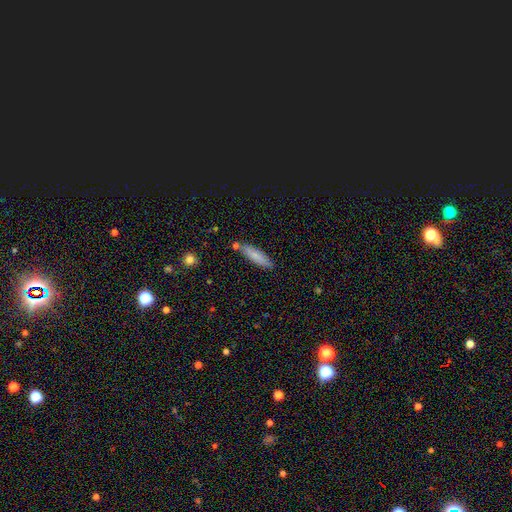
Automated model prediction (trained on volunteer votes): smooth-or-featured: smooth: 79% | featured or disk: 14% | star or artifact: 7%
  how-rounded: cigar-shaped: 73% | in between: 25% | round: 1%
  merging: none: 78% | minor disturbance: 13% | merger: 6% | major disturbance: 3%